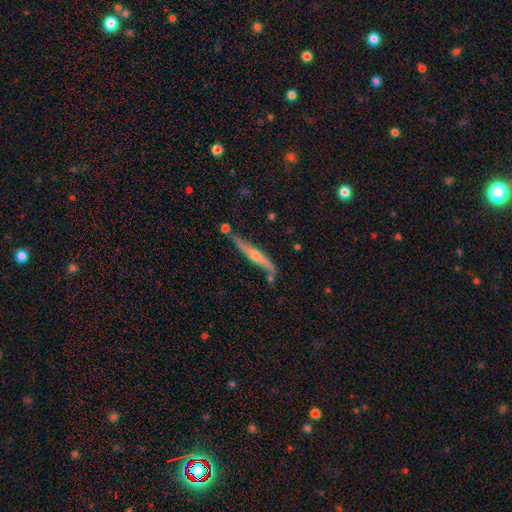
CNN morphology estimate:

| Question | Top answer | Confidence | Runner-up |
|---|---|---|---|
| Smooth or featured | featured or disk | 76% | smooth (17%) |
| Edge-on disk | yes | 90% | no (10%) |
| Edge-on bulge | rounded | 84% | none (11%) |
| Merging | none | 73% | minor disturbance (18%) |